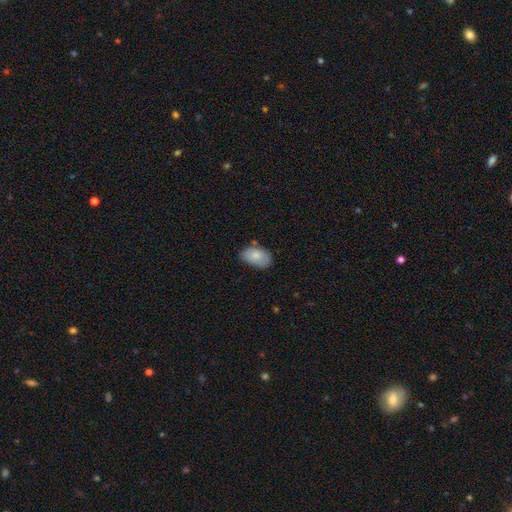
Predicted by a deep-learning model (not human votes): This appears to be a smooth galaxy with no disk features (82%) that is in between round and cigar-shaped (91%). Merging: none (63%).